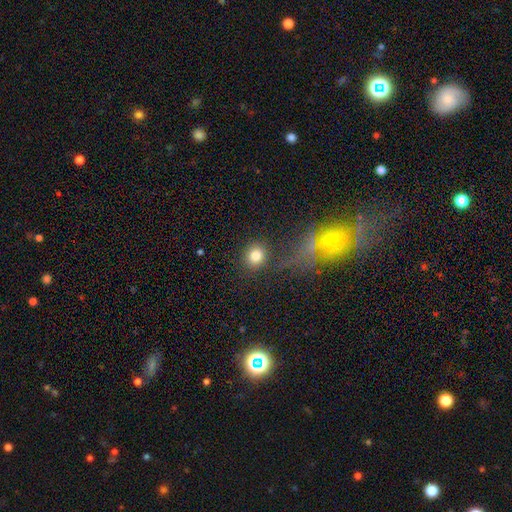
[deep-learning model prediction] smooth 81%, star or artifact 11%, featured or disk 8%. Down the decision tree: how rounded — round (87%); merging — none (80%).